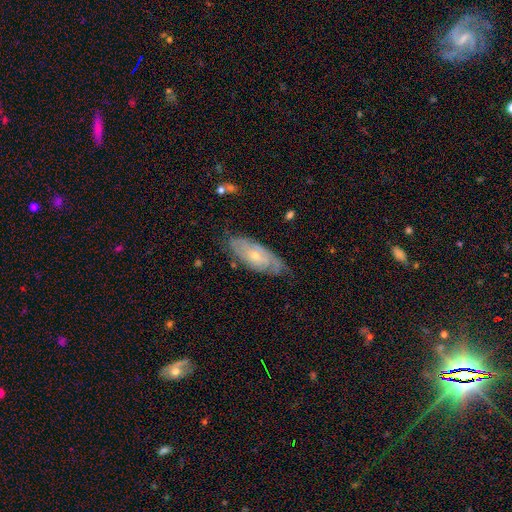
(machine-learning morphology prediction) Smooth or featured: featured or disk — 68% (smooth — 27%)
Edge-on disk: no — 87% (yes — 13%)
Bar: no — 75% (weak — 21%)
Spiral arms: yes — 82% (no — 18%)
Bulge size: small — 64% (moderate — 33%)
Merging: none — 66% (minor disturbance — 26%)